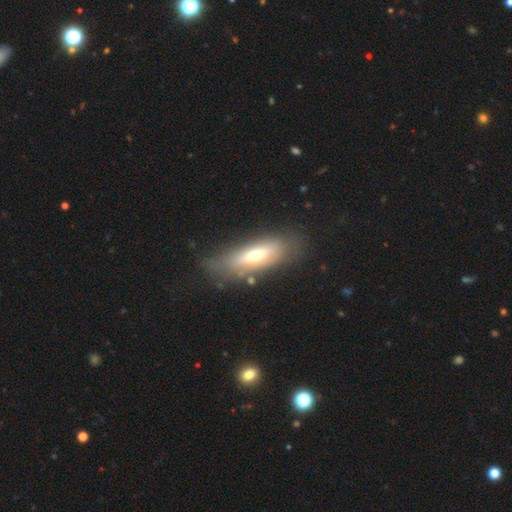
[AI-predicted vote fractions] The model was most divided on "smooth or featured": smooth: 52%, featured or disk: 40%, star or artifact: 8%. More confident: merging — none (74%); how rounded — in between (60%).